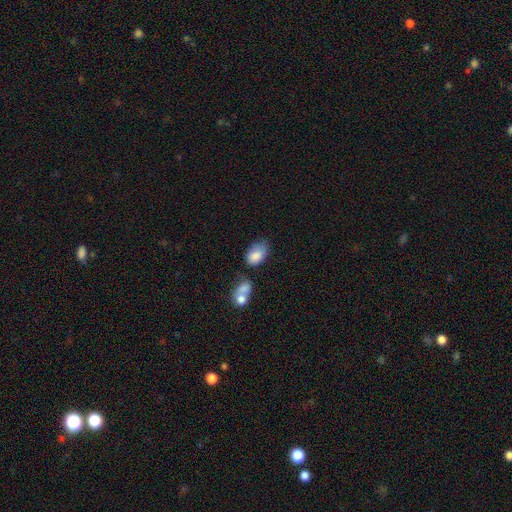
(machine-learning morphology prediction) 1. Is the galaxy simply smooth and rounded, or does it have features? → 82% smooth, 10% featured or disk, 8% star or artifact.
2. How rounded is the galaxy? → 88% in between, 11% round, 1% cigar-shaped.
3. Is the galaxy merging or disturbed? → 39% none, 32% minor disturbance, 16% merger, 13% major disturbance.